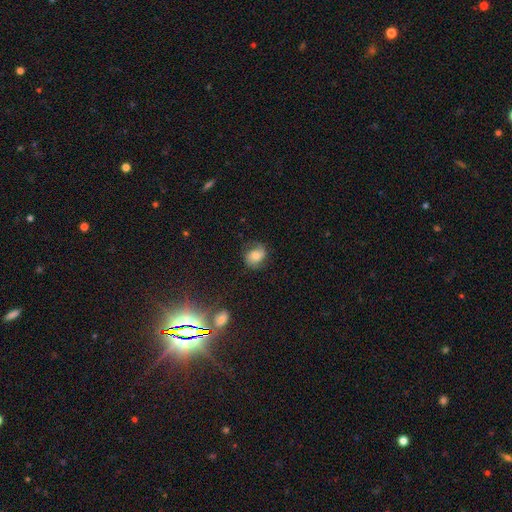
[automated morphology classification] Smooth or featured? Predicted: smooth (p=0.53). How rounded? Predicted: round (p=0.55). Merging? Predicted: none (p=0.67).